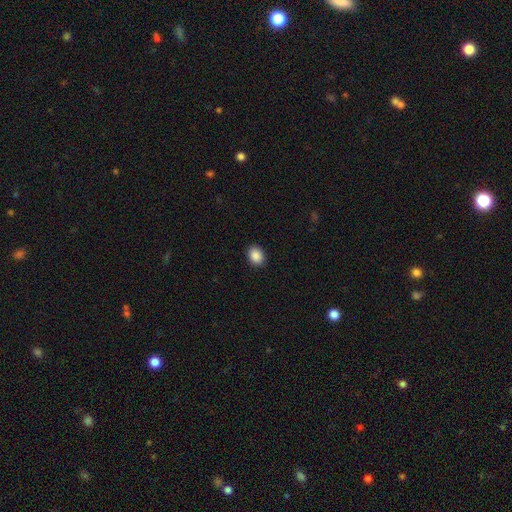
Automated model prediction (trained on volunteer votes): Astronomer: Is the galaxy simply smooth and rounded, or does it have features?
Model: smooth — 89%.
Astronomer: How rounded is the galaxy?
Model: in between — 59% (runner-up: round, 40%).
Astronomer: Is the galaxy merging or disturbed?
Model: none — 91%.